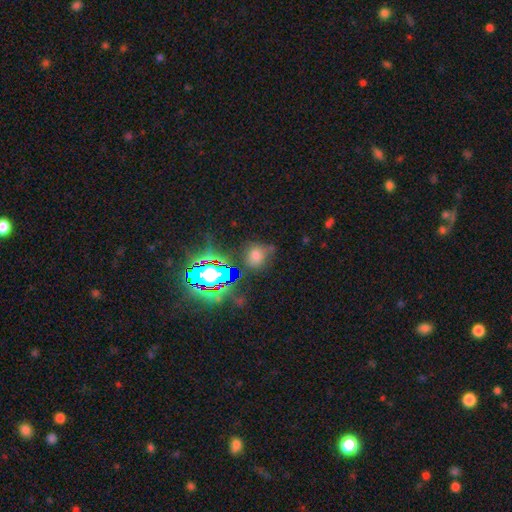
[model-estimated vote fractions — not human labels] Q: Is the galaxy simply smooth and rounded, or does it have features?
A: smooth — 49%.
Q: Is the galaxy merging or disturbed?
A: none — 63%.